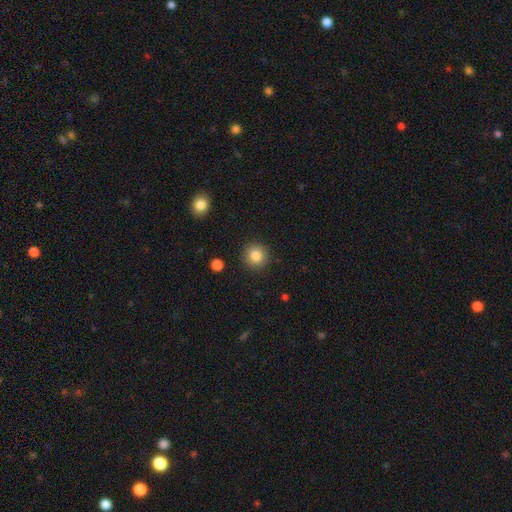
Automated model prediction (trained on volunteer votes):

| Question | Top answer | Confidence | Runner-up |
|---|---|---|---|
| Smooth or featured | smooth | 84% | star or artifact (10%) |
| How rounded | round | 94% | in between (6%) |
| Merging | none | 91% | minor disturbance (6%) |